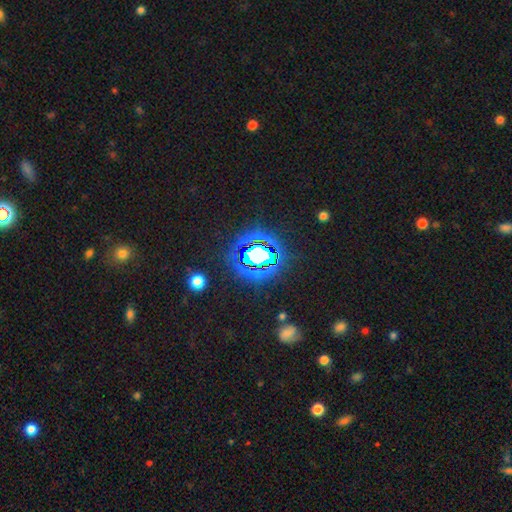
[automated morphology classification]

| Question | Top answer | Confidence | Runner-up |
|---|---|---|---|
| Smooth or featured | star or artifact | 77% | smooth (15%) |